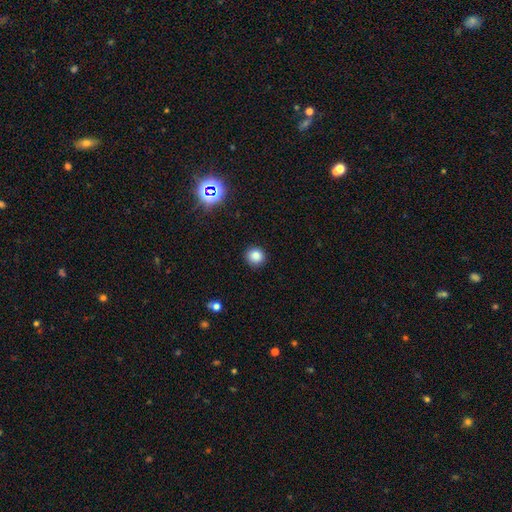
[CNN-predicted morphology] Overall: smooth (83%). How rounded: round (92%). Merging: none (91%).